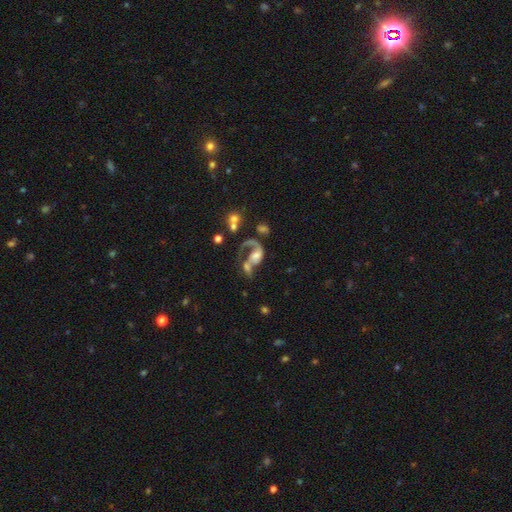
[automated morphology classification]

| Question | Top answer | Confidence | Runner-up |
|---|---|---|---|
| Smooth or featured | featured or disk | 73% | smooth (18%) |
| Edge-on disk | no | 97% | yes (3%) |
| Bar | no | 62% | weak (27%) |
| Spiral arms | yes | 83% | no (17%) |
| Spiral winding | loose | 58% | medium (31%) |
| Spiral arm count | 1 | 70% | 2 (22%) |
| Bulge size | moderate | 40% | small (25%) |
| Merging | merger | 40% | major disturbance (32%) |